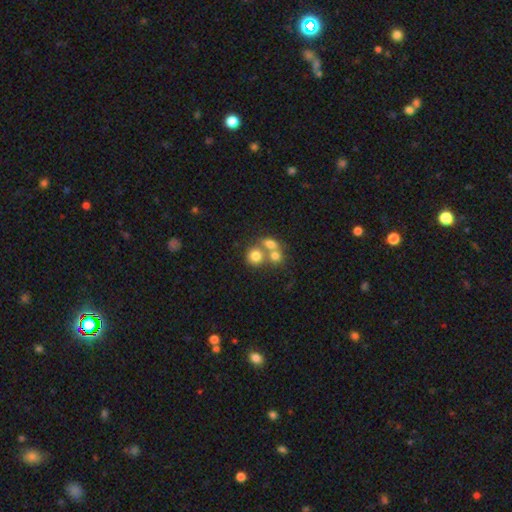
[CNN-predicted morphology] smooth_or_featured: smooth (p=0.72) [alt: featured or disk p=0.15]
how_rounded: round (p=0.79) [alt: in between p=0.20]
merging: merger (p=0.48) [alt: none p=0.40]